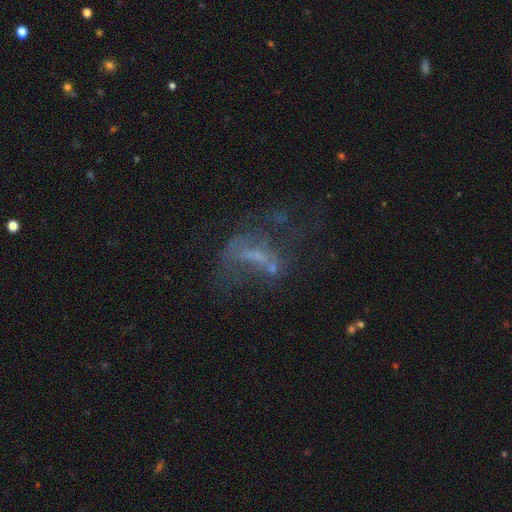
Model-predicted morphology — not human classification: type=featured or disk (52%); edge-on=no (93%); merging=major disturbance (37%).